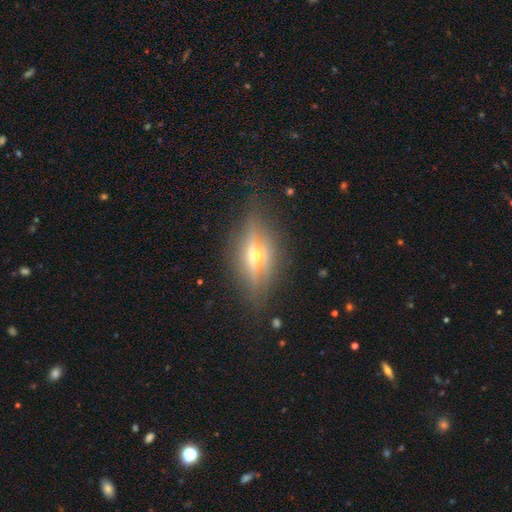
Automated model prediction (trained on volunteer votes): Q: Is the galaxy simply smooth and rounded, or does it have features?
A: featured or disk — 67%.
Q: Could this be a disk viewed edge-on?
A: yes — 84%.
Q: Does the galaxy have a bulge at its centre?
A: rounded — 93%.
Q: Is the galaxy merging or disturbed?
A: none — 78%.